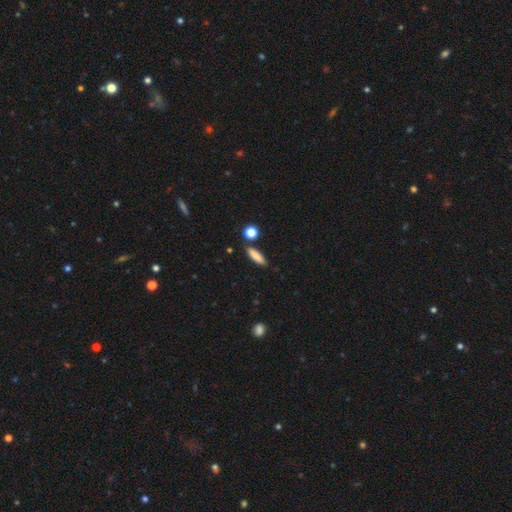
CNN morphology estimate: Overall: smooth (84%). How rounded: cigar-shaped (60%; in between 36%). Merging: none (83%).